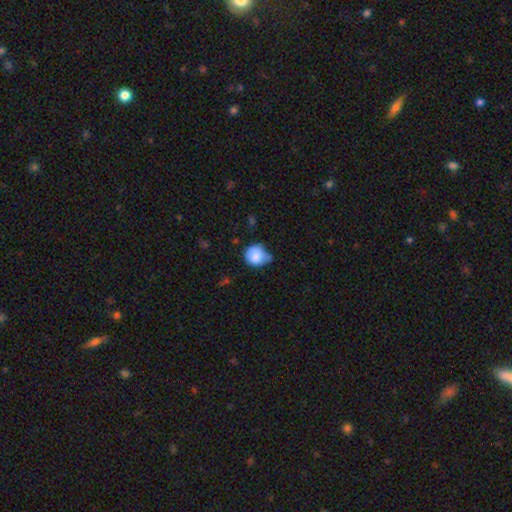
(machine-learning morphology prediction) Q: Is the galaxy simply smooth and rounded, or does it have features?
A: smooth — 82%.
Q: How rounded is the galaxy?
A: round — 80%.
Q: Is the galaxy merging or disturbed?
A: minor disturbance — 43%.